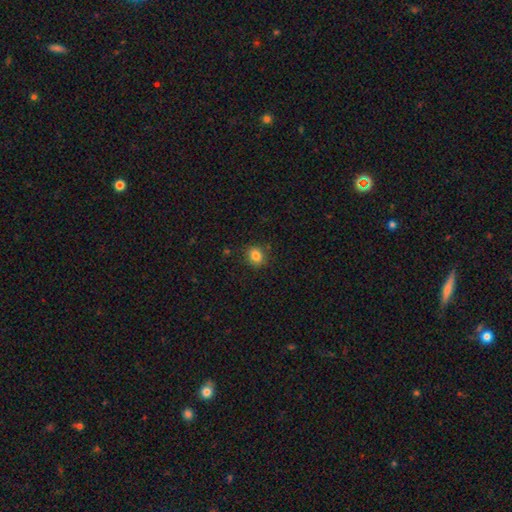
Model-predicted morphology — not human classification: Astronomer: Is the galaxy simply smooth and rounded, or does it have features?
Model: smooth — 84%.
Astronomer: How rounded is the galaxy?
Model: round — 75%.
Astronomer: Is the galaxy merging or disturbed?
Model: none — 86%.